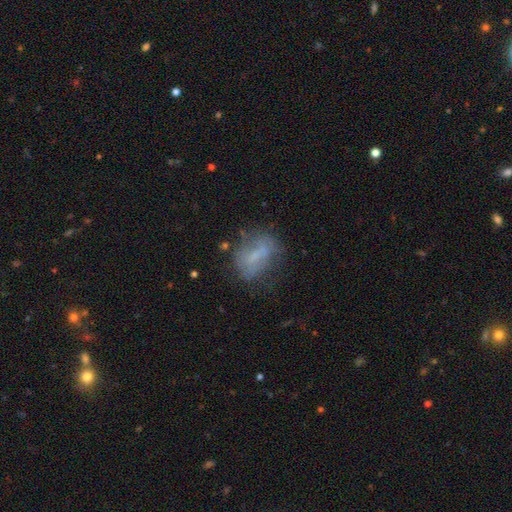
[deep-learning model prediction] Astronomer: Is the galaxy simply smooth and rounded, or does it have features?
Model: smooth — 44% (runner-up: featured or disk, 43%).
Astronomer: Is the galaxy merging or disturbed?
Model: none — 53%.